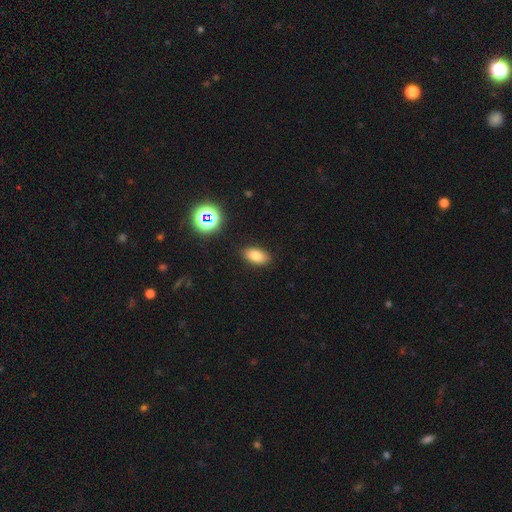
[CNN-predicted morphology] smooth-or-featured: smooth: 80% | star or artifact: 12% | featured or disk: 8%
  how-rounded: in between: 91% | round: 6% | cigar-shaped: 4%
  merging: none: 88% | minor disturbance: 8% | major disturbance: 2% | merger: 1%